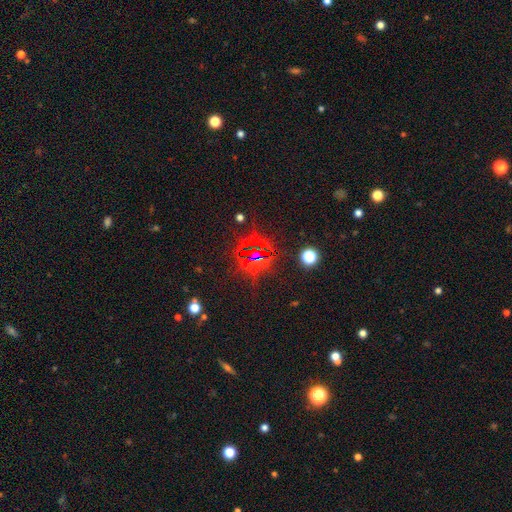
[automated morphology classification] Q: Smooth or featured?
A: star or artifact (76%); runner-up: smooth (15%)